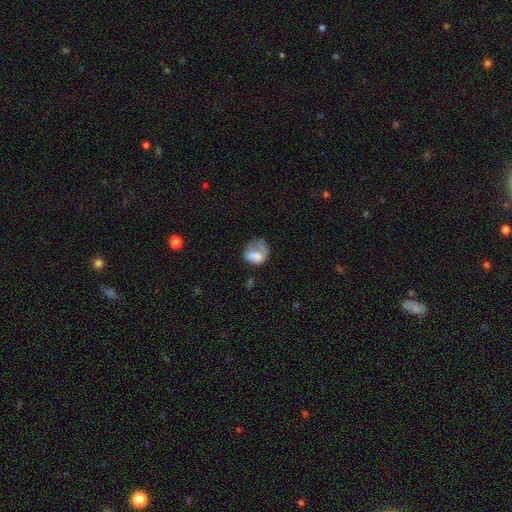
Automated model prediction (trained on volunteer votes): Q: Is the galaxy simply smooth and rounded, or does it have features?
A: smooth — 67%.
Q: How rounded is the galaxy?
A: round — 58%.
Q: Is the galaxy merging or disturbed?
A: major disturbance — 37%.